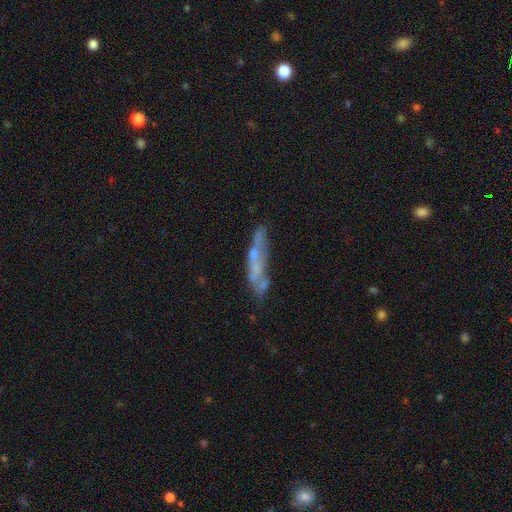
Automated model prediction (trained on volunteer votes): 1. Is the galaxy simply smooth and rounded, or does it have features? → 52% featured or disk, 37% smooth, 11% star or artifact.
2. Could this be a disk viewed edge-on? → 50% no (tied), 50% yes (tied).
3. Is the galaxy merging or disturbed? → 55% none, 22% minor disturbance, 12% major disturbance, 10% merger.